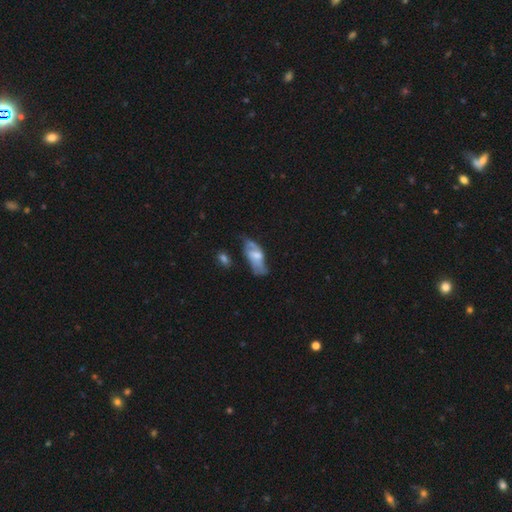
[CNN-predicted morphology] This appears to be a featured or disk galaxy (53%). Merging: none (42%).